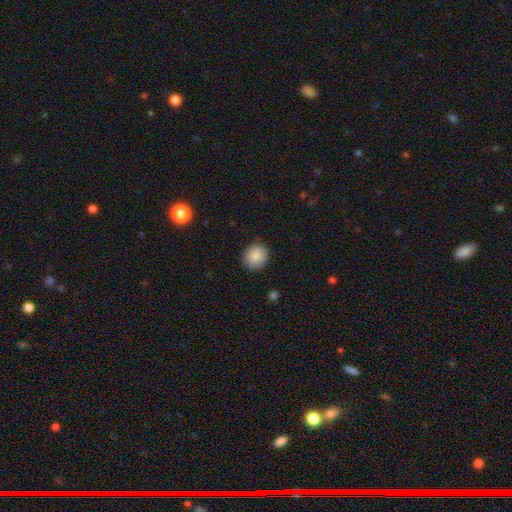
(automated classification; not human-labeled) Smooth or featured?
  - smooth: 88% *
  - star or artifact: 8%
  - featured or disk: 5%
How rounded?
  - round: 81% *
  - in between: 18%
  - cigar-shaped: 1%
Merging?
  - none: 88% *
  - minor disturbance: 9%
  - major disturbance: 2%
  - merger: 1%